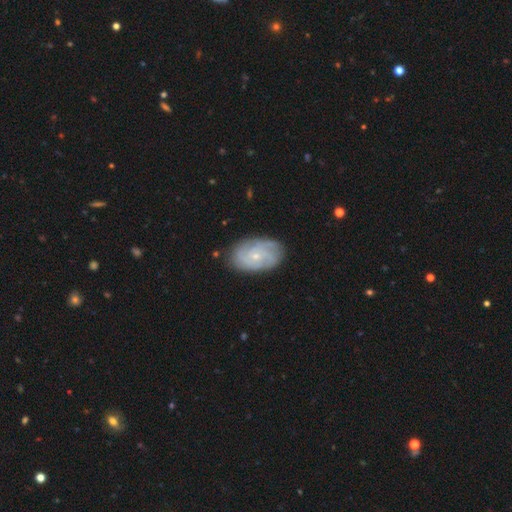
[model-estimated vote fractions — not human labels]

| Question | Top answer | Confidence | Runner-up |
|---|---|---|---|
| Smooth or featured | featured or disk | 70% | smooth (24%) |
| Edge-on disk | no | 96% | yes (4%) |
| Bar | no | 75% | weak (22%) |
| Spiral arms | yes | 91% | no (9%) |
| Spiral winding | tight | 61% | medium (30%) |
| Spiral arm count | can't tell | 38% | 3 (19%) |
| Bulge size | small | 77% | moderate (19%) |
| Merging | none | 80% | minor disturbance (15%) |